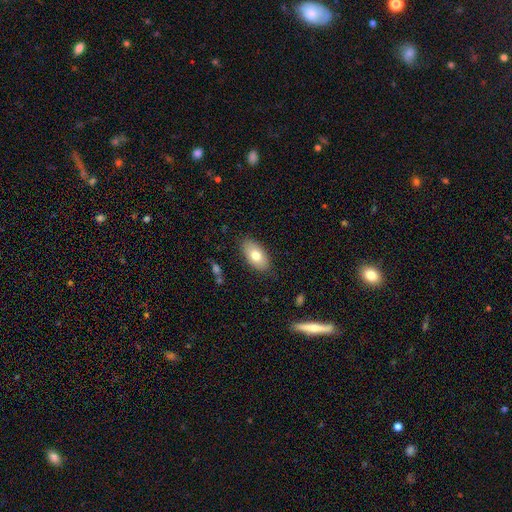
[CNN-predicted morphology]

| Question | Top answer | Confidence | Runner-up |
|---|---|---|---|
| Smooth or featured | smooth | 76% | featured or disk (17%) |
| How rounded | in between | 93% | round (4%) |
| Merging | none | 85% | minor disturbance (11%) |